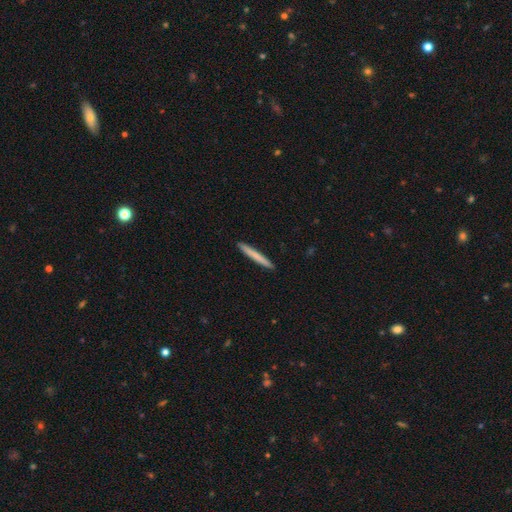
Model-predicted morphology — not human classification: smooth-or-featured: smooth: 72% | featured or disk: 23% | star or artifact: 5%
  how-rounded: cigar-shaped: 97% | in between: 2% | round: 1%
  merging: none: 93% | minor disturbance: 5% | major disturbance: 1% | merger: 1%